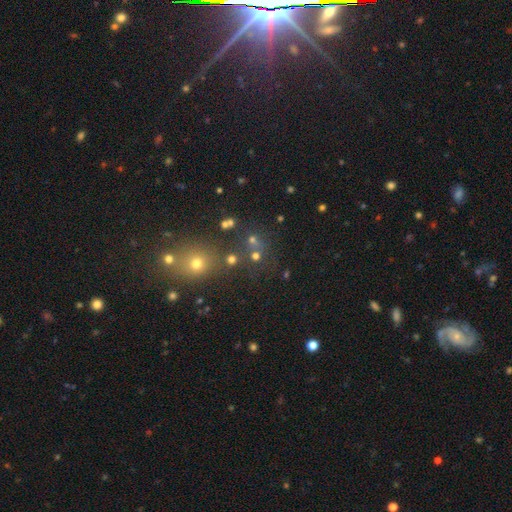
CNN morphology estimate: Smooth or featured? Predicted: smooth (p=0.60). How rounded? Predicted: round (p=0.86). Merging? Predicted: none (p=0.65).